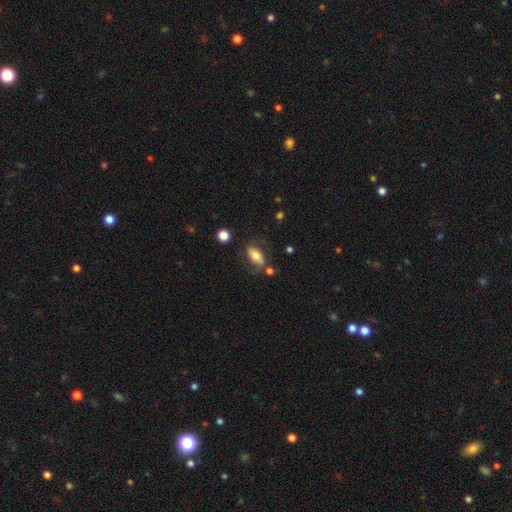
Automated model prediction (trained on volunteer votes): Overall: smooth (61%; featured or disk 31%). How rounded: in between (83%). Merging: none (64%).